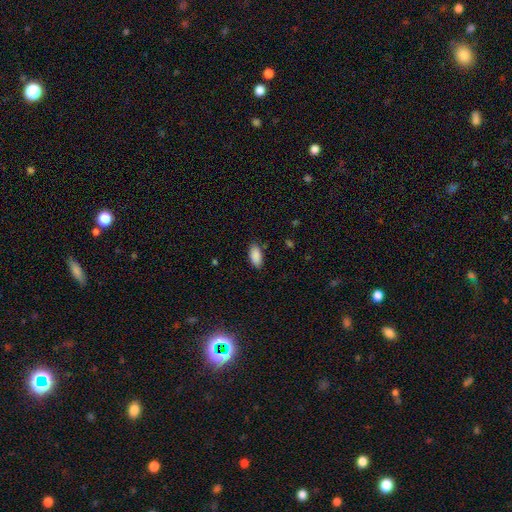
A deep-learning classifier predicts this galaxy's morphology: Smooth or featured?
  - smooth: 89% *
  - star or artifact: 7%
  - featured or disk: 4%
How rounded?
  - in between: 93% *
  - cigar-shaped: 5%
  - round: 2%
Merging?
  - none: 84% *
  - minor disturbance: 13%
  - major disturbance: 3%
  - merger: 1%